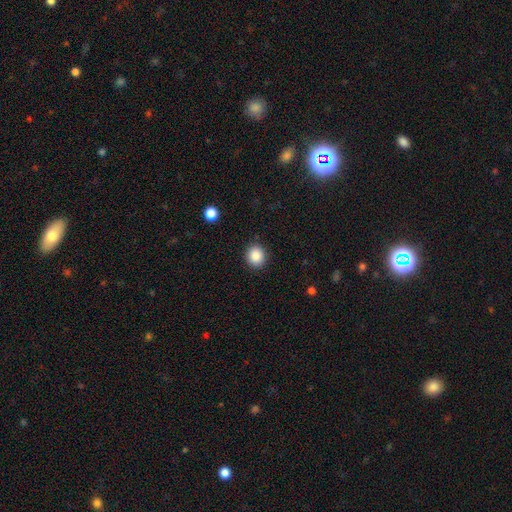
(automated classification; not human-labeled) Smooth or featured?
  - smooth: 87% *
  - star or artifact: 9%
  - featured or disk: 3%
How rounded?
  - round: 83% *
  - in between: 16%
  - cigar-shaped: 1%
Merging?
  - none: 90% *
  - minor disturbance: 7%
  - major disturbance: 2%
  - merger: 1%